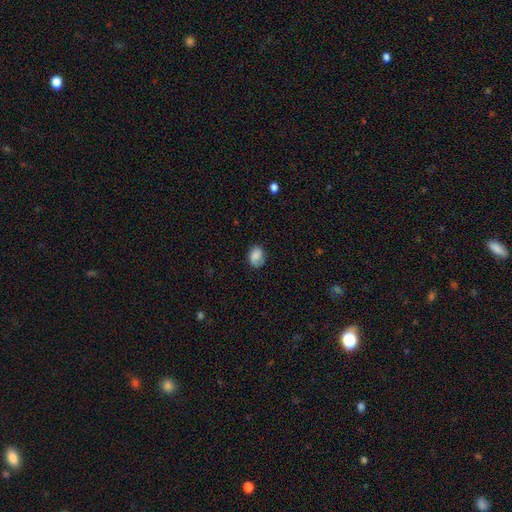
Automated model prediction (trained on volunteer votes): Smooth or featured? smooth (76%)
How rounded? in between (60%)
Merging? none (68%)